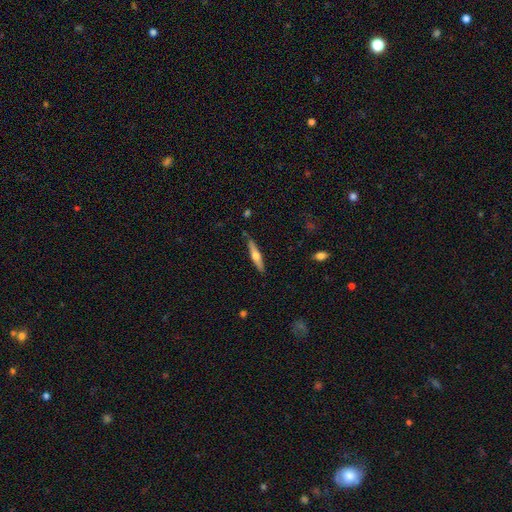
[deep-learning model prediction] smooth_or_featured: featured or disk (p=0.54) [alt: smooth p=0.41]
disk_edge_on: yes (p=0.95) [alt: no p=0.05]
edge_on_bulge: rounded (p=0.91) [alt: none p=0.05]
merging: none (p=0.84) [alt: minor disturbance p=0.12]